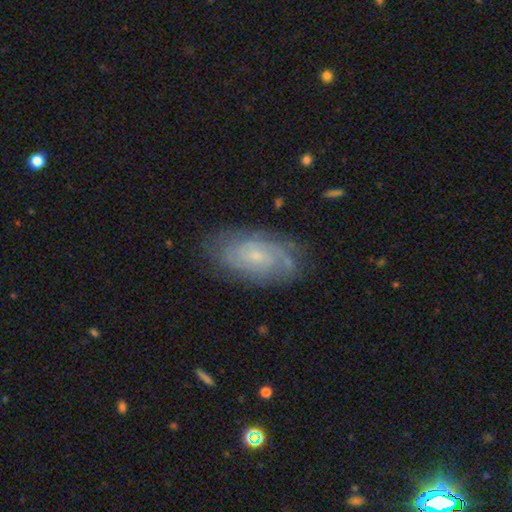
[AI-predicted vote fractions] A featured or disk galaxy (78%) with no bar (67%), tight (65%) spiral arms (94%) and a small central bulge (75%).

Vote fractions:
- Smooth or featured? featured or disk: 78% / smooth: 15% / star or artifact: 7%
- Edge-on disk? no: 95% / yes: 5%
- Bar? no: 67% / weak: 29% / strong: 4%
- Spiral arms? yes: 94% / no: 6%
- Spiral winding? tight: 65% / medium: 28% / loose: 7%
- Spiral arm count? can't tell: 37% / 2: 33% / 3: 14% / 4: 7% / 1: 5% / more than 4: 4%
- Bulge size? small: 75% / moderate: 17% / none: 6% / large: 1% / dominant: 1%
- Merging? none: 76% / minor disturbance: 17% / major disturbance: 5% / merger: 2%